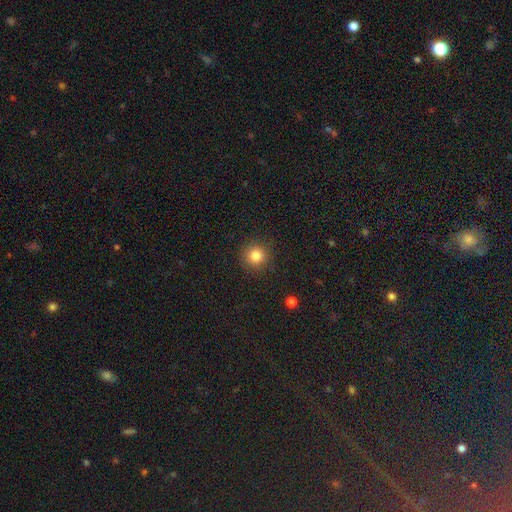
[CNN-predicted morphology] Smooth or featured: smooth — 83% (star or artifact — 12%)
How rounded: round — 95% (in between — 5%)
Merging: none — 91% (minor disturbance — 6%)